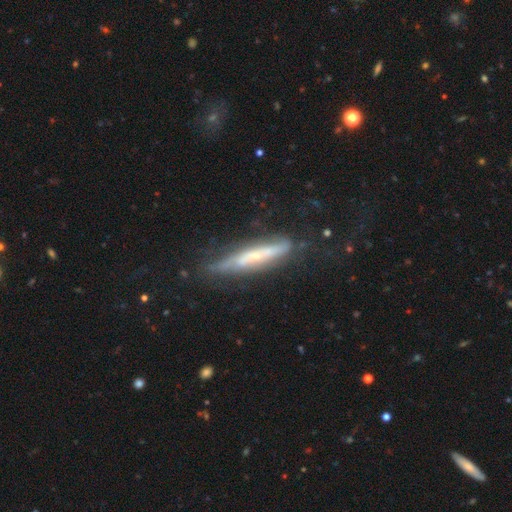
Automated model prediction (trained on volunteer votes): smooth-or-featured: featured or disk: 68% | smooth: 25% | star or artifact: 7%
  disk-edge-on: yes: 74% | no: 26%
    edge-on-bulge: none: 47% | rounded: 43% | boxy: 10%
  merging: none: 64% | minor disturbance: 24% | major disturbance: 10% | merger: 3%